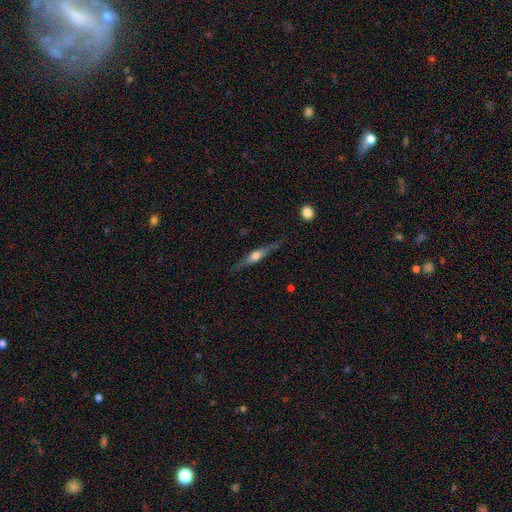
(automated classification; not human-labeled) The model was most divided on "smooth or featured": featured or disk: 74%, smooth: 21%, star or artifact: 6%. More confident: edge-on disk — yes (97%); edge-on bulge — rounded (90%); merging — none (85%).